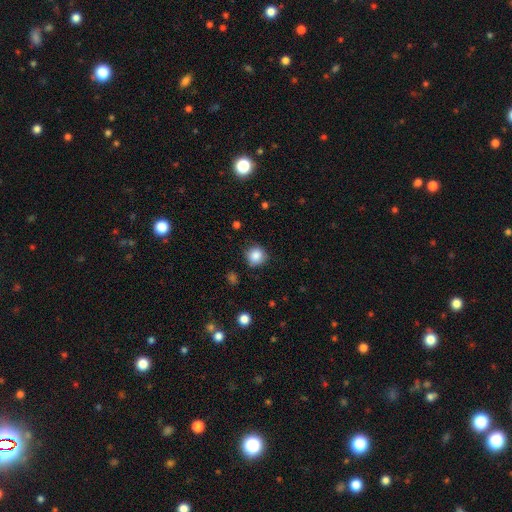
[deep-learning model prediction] The model was most divided on "merging": none: 82%, minor disturbance: 13%, major disturbance: 3%, merger: 2%. More confident: how rounded — round (90%); smooth or featured — smooth (86%).